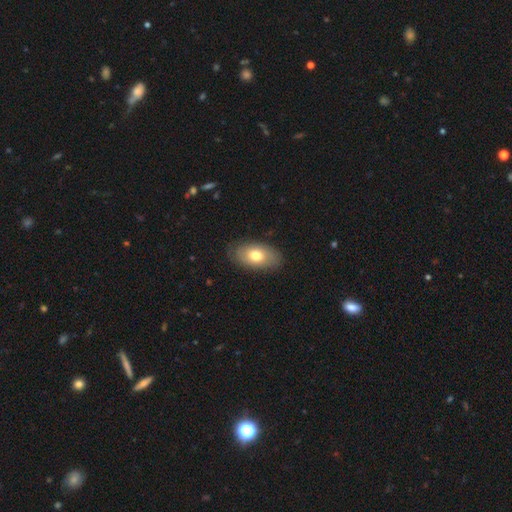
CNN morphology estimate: smooth 67%, featured or disk 26%, star or artifact 6%. Down the decision tree: how rounded — in between (92%); merging — none (81%).